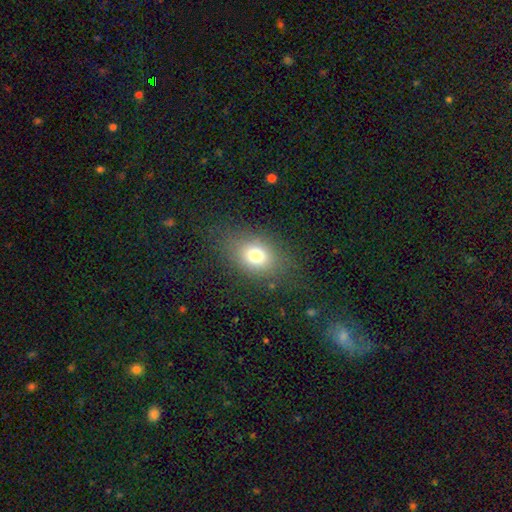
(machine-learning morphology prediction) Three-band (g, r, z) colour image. It shows a smooth galaxy with no disk features (75%) that is in between round and cigar-shaped (66%). Merging: none (78%).